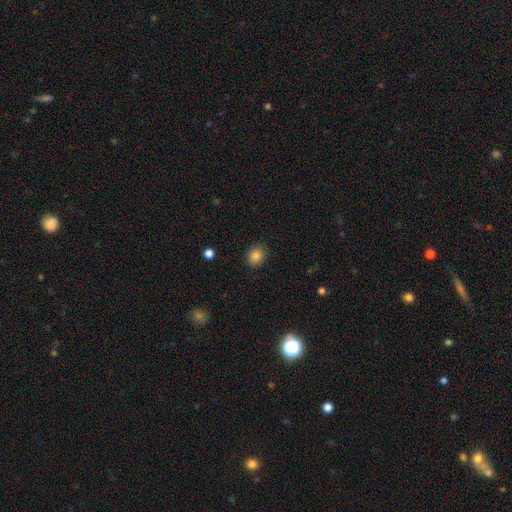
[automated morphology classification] Smooth or featured? smooth (85%)
How rounded? round (56%)
Merging? none (87%)